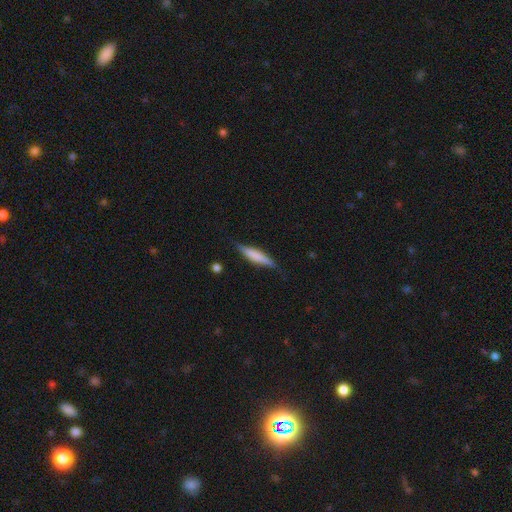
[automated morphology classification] type=smooth (58%); roundness=cigar-shaped (83%); merging=none (80%).